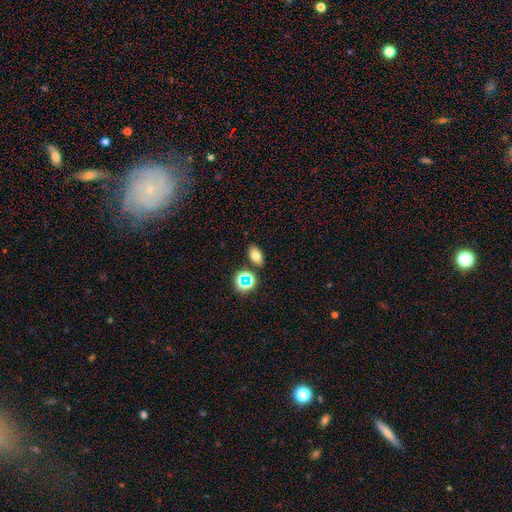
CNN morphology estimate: smooth-or-featured: smooth: 70% | star or artifact: 16% | featured or disk: 14%
  how-rounded: in between: 86% | round: 12% | cigar-shaped: 2%
  merging: none: 81% | minor disturbance: 10% | merger: 7% | major disturbance: 3%